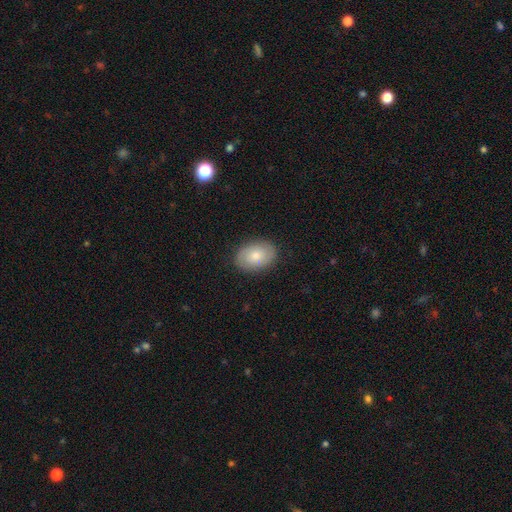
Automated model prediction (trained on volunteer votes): smooth-or-featured: smooth: 68% | featured or disk: 25% | star or artifact: 7%
  how-rounded: in between: 78% | round: 21% | cigar-shaped: 1%
  merging: none: 86% | minor disturbance: 10% | major disturbance: 3% | merger: 1%